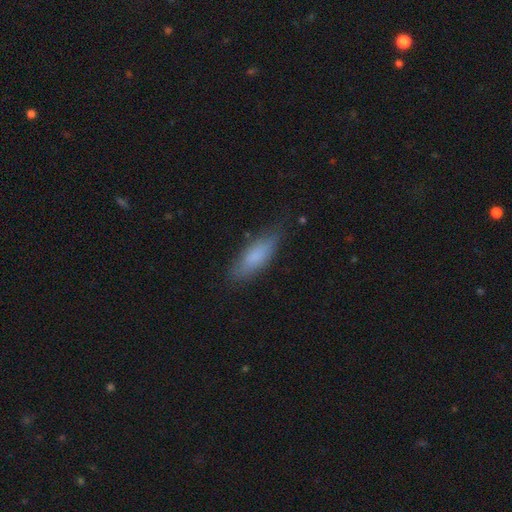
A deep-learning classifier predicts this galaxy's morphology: Smooth or featured? Predicted: smooth (p=0.80). How rounded? Predicted: in between (p=0.54). Merging? Predicted: none (p=0.75).